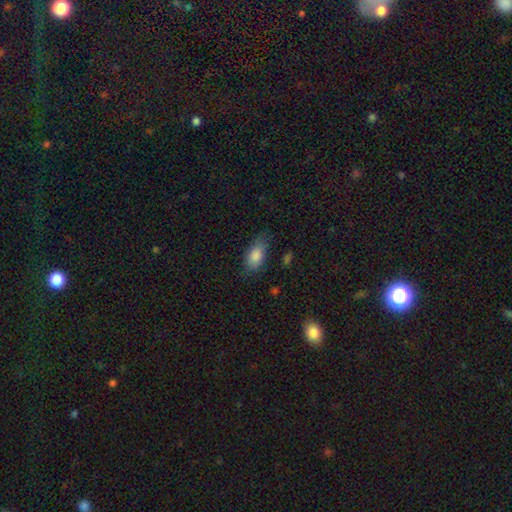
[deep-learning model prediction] Smooth or featured? smooth (83%)
How rounded? in between (87%)
Merging? none (70%)